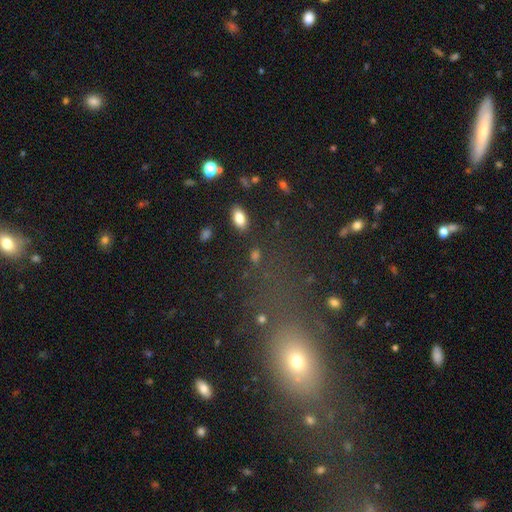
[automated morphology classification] type=smooth (70%); roundness=in between (80%); merging=none (81%).